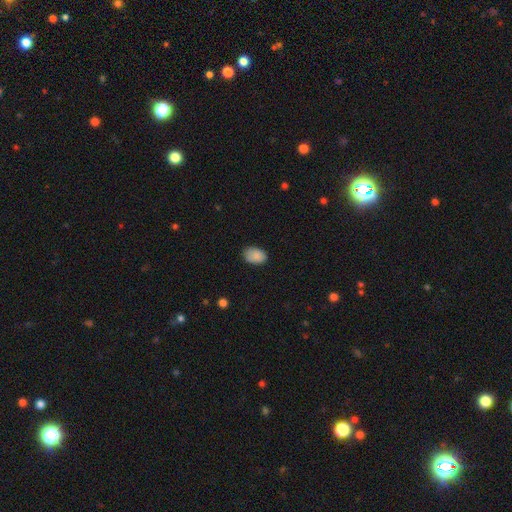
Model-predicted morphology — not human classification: Smooth or featured?
  - smooth: 88% *
  - star or artifact: 8%
  - featured or disk: 4%
How rounded?
  - in between: 85% *
  - round: 14%
  - cigar-shaped: 1%
Merging?
  - none: 81% *
  - minor disturbance: 15%
  - major disturbance: 3%
  - merger: 1%